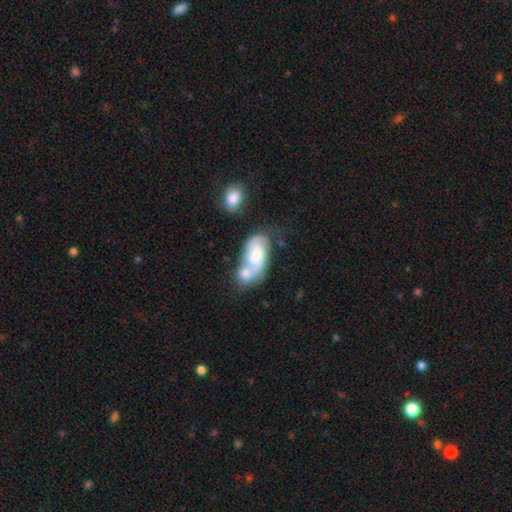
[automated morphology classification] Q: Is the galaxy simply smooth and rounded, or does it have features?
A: featured or disk — 59%.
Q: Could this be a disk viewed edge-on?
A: no — 96%.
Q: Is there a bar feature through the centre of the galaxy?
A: no — 61%.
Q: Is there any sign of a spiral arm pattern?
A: yes — 81%.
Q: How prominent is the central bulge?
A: moderate — 41%.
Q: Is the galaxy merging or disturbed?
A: merger — 57%.